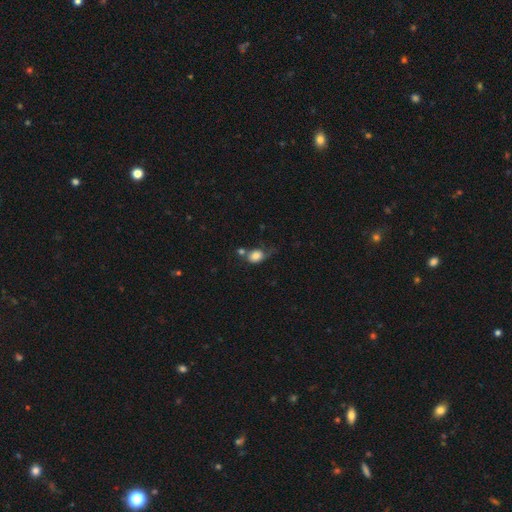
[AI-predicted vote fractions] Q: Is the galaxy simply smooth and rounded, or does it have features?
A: smooth — 80%.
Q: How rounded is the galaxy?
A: round — 55%.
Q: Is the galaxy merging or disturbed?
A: none — 36%.